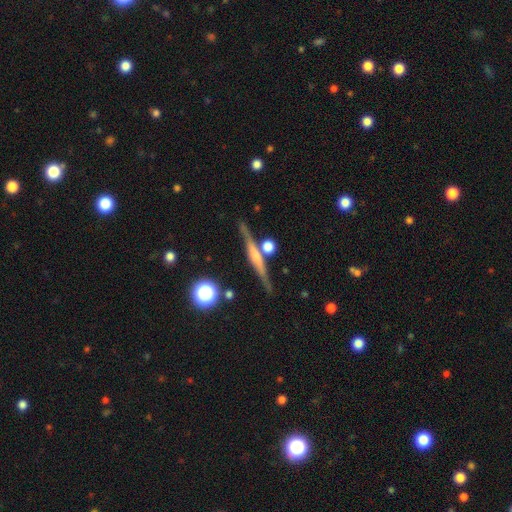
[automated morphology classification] Smooth or featured? Predicted: featured or disk (p=0.72). Edge-on disk? Predicted: yes (p=0.97). Edge-on bulge? Predicted: rounded (p=0.56). Merging? Predicted: none (p=0.84).